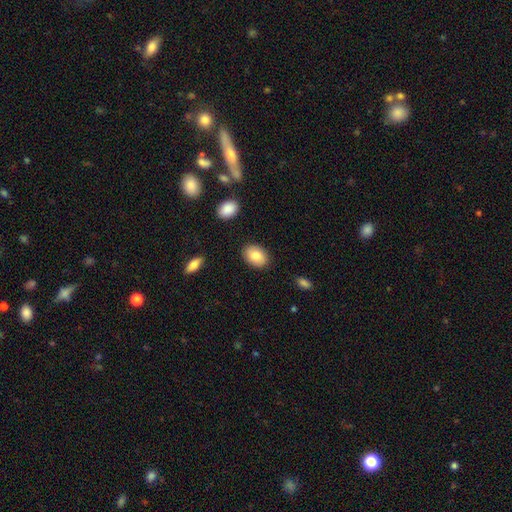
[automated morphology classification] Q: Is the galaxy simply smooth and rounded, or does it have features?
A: smooth — 82%.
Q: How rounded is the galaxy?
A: in between — 77%.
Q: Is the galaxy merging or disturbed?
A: none — 87%.